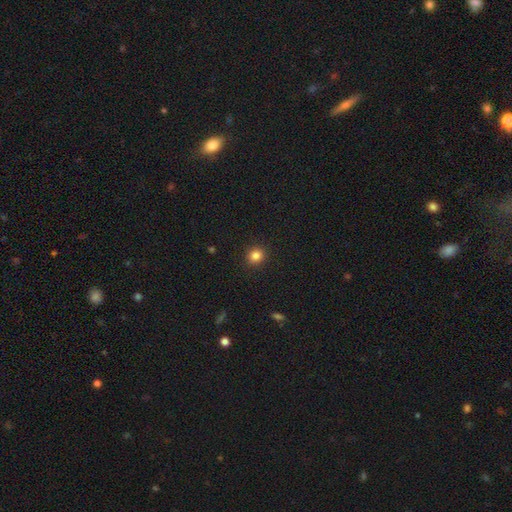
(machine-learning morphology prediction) type=smooth (84%); roundness=round (82%); merging=none (91%).